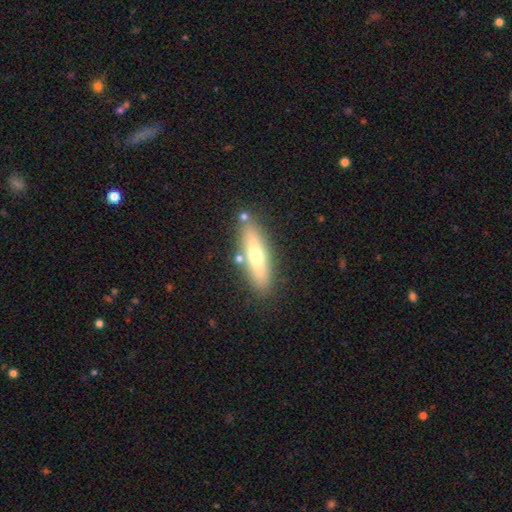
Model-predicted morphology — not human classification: Smooth or featured?
  - smooth: 56% *
  - featured or disk: 37%
  - star or artifact: 7%
How rounded?
  - cigar-shaped: 66% *
  - in between: 32%
  - round: 2%
Merging?
  - none: 81% *
  - minor disturbance: 11%
  - merger: 6%
  - major disturbance: 3%